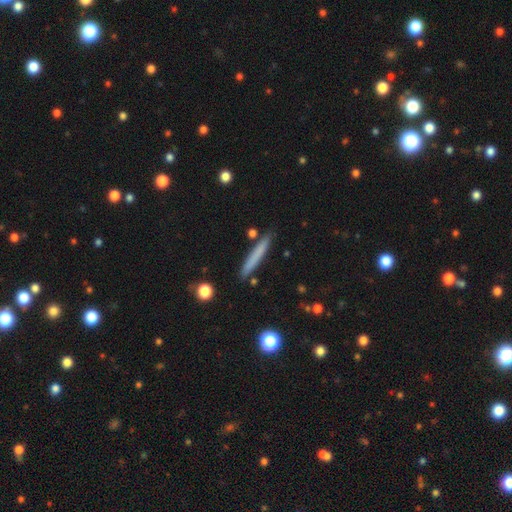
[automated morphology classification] This is likely a smooth galaxy (70%). How rounded: clearly cigar-shaped (96%). Merging: clearly none (87%).